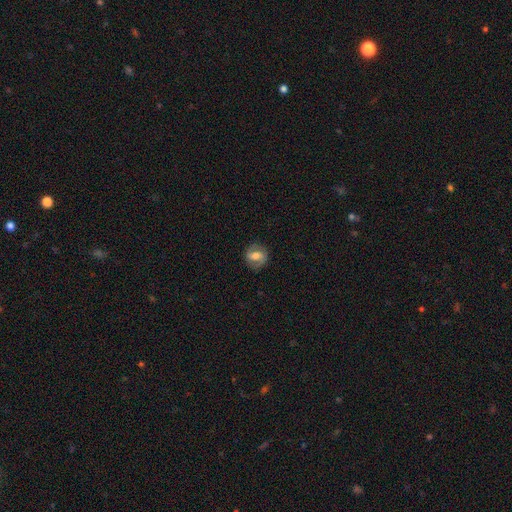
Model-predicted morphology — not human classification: Smooth or featured? featured or disk (58%)
Edge-on disk? no (96%)
Bar? weak (43%)
Spiral arms? yes (77%)
Bulge size? moderate (59%)
Merging? none (82%)